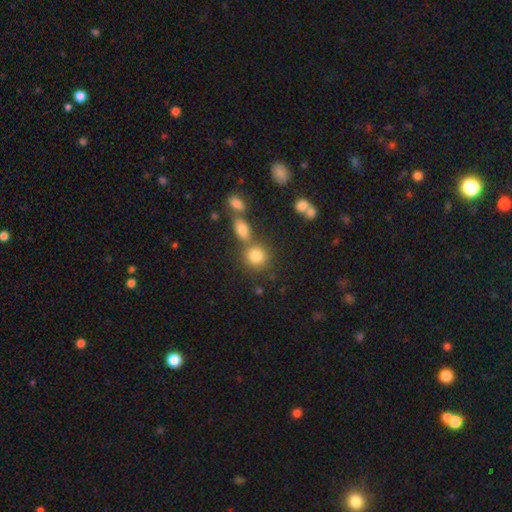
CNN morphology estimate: This is clearly a smooth galaxy (81%). How rounded: clearly round (80%). Merging: possibly none (60%).